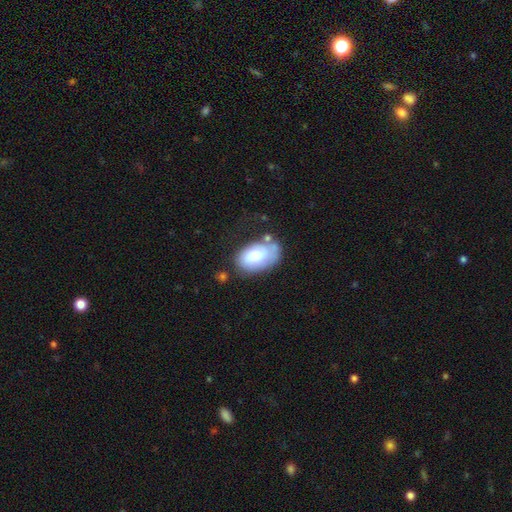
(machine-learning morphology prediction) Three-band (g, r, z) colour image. It shows a smooth galaxy with no disk features (71%) that is in between round and cigar-shaped (91%). Merging: none (53%).